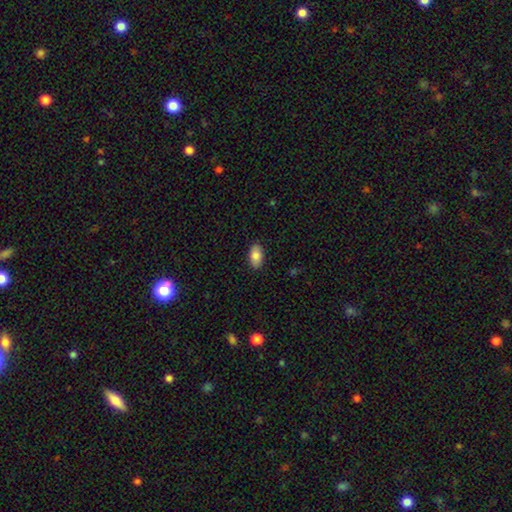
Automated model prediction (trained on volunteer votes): Morphology: type=smooth (84%); roundness=in between (94%); merging=none (89%).